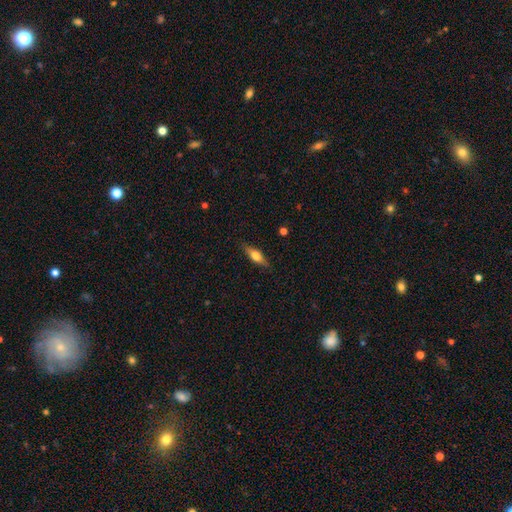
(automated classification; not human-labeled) Overall: smooth (54%; featured or disk 39%). How rounded: cigar-shaped (50%; in between 47%). Merging: none (86%).